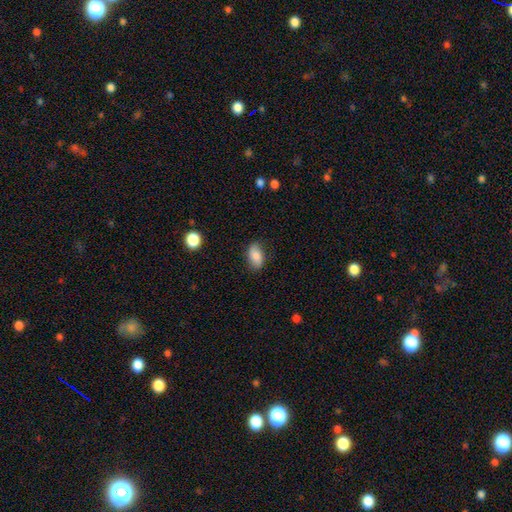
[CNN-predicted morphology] The model was most divided on "merging": none: 79%, minor disturbance: 16%, major disturbance: 3%, merger: 1%. More confident: how rounded — in between (91%); smooth or featured — smooth (79%).